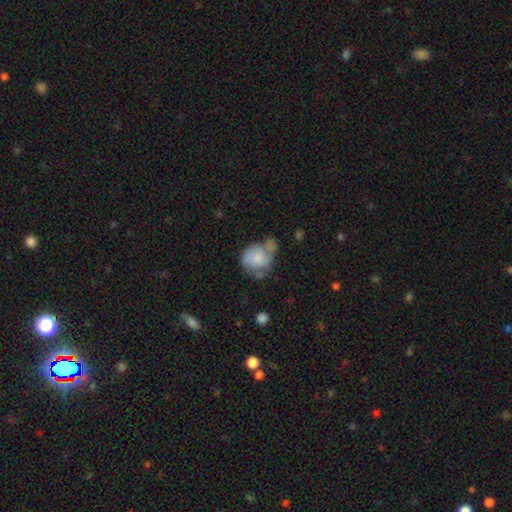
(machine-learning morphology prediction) Q: Smooth or featured?
A: smooth (52%); runner-up: featured or disk (39%)
Q: How rounded?
A: round (58%); runner-up: in between (41%)
Q: Merging?
A: none (33%); runner-up: minor disturbance (30%)